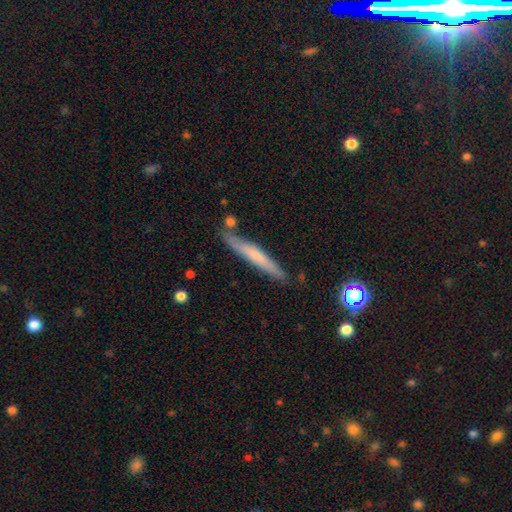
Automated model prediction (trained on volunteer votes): This appears to be a smooth galaxy with no disk features (56%) that is cigar-shaped (95%). Merging: none (80%).